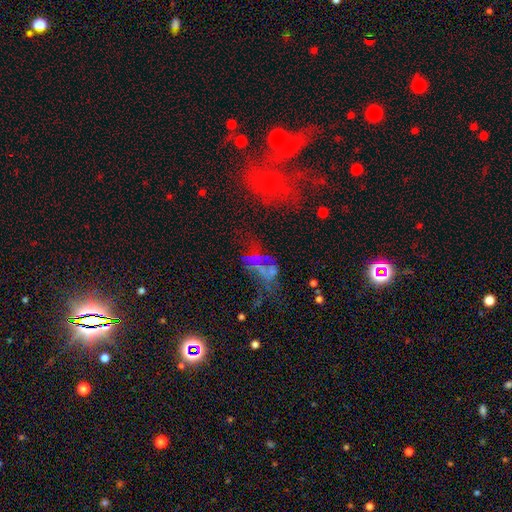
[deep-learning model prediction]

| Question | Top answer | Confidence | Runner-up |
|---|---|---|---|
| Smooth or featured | star or artifact | 50% | featured or disk (27%) |